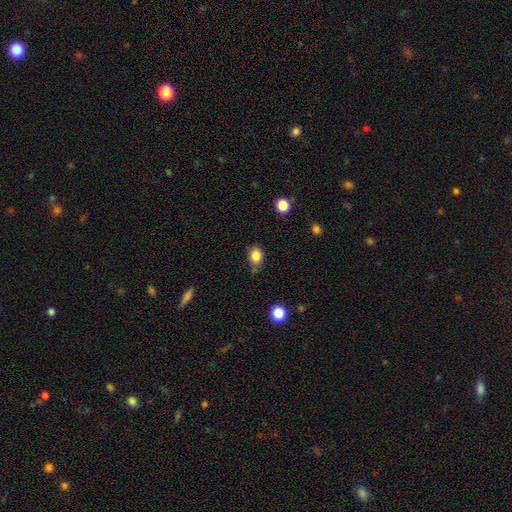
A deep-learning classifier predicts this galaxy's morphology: smooth-or-featured: smooth: 84% | star or artifact: 10% | featured or disk: 6%
  how-rounded: in between: 51% | round: 48% | cigar-shaped: 1%
  merging: none: 68% | minor disturbance: 22% | merger: 6% | major disturbance: 4%